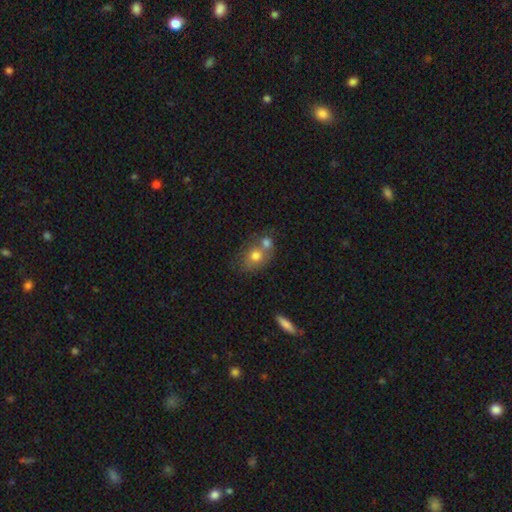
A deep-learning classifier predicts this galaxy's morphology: smooth_or_featured: smooth (p=0.72) [alt: featured or disk p=0.18]
how_rounded: round (p=0.58) [alt: in between p=0.41]
merging: merger (p=0.53) [alt: none p=0.34]